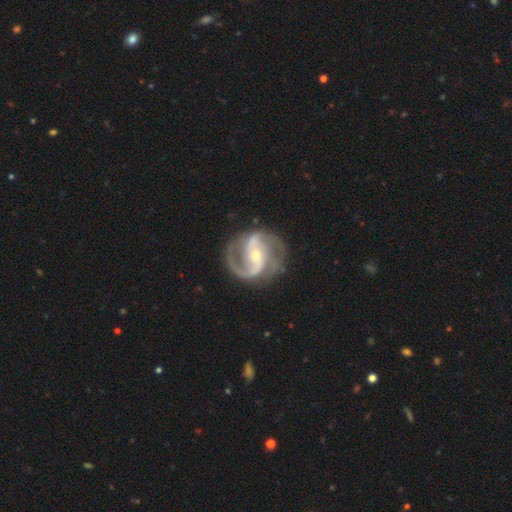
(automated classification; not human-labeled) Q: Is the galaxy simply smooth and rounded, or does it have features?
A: featured or disk — 91%.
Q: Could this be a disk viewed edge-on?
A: no — 98%.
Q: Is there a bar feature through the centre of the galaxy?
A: weak — 37%.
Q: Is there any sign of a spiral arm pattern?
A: yes — 98%.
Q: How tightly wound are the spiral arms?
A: medium — 57%.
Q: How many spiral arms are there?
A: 2 — 82%.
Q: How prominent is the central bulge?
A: small — 65%.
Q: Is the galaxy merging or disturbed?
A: none — 75%.